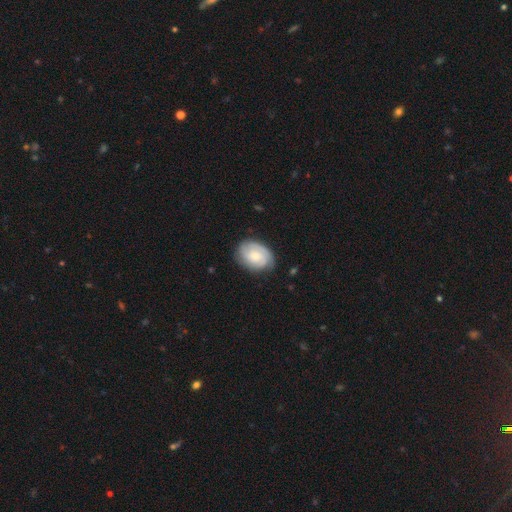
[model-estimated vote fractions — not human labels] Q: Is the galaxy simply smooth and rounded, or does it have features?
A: featured or disk — 53%.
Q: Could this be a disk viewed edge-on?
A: no — 97%.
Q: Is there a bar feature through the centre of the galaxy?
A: no — 70%.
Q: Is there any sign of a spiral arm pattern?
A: yes — 87%.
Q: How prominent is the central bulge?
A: moderate — 43%.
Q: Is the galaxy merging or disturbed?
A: none — 76%.